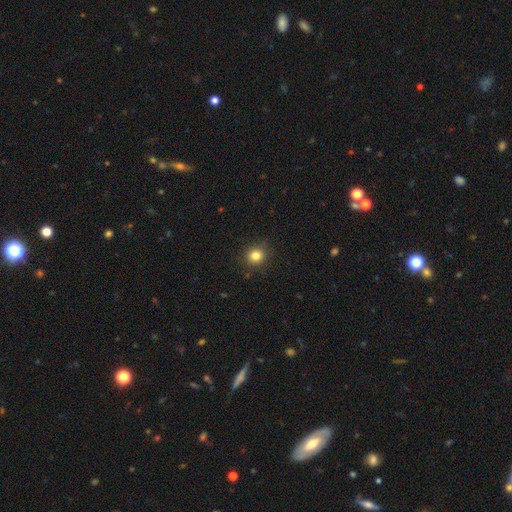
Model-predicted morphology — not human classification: Smooth or featured? smooth (83%)
How rounded? round (85%)
Merging? none (88%)